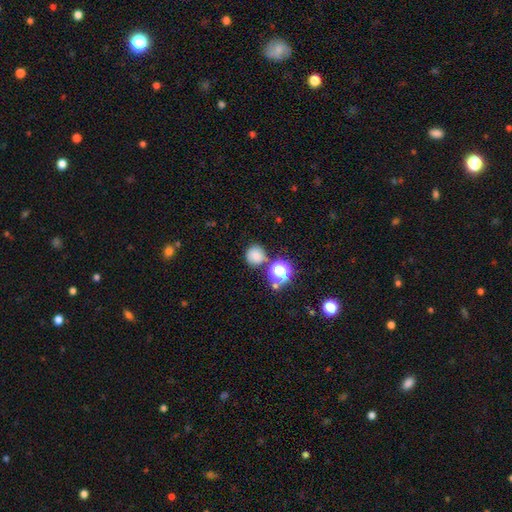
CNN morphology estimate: Q: Smooth or featured?
A: smooth (75%); runner-up: star or artifact (18%)
Q: How rounded?
A: round (87%); runner-up: in between (12%)
Q: Merging?
A: none (72%); runner-up: minor disturbance (12%)